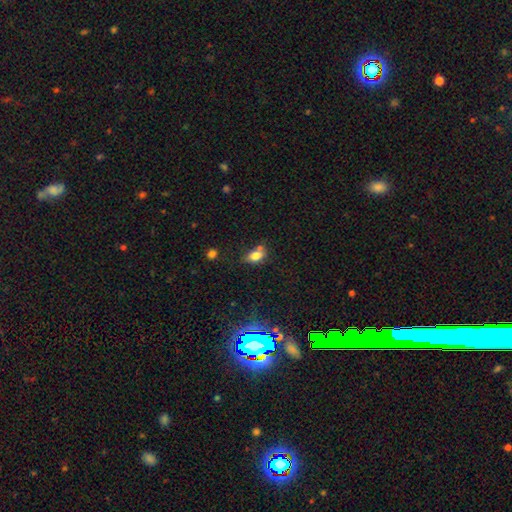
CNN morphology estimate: Smooth or featured?
  - smooth: 76% *
  - featured or disk: 12%
  - star or artifact: 12%
How rounded?
  - in between: 81% *
  - round: 15%
  - cigar-shaped: 4%
Merging?
  - none: 48% *
  - merger: 24%
  - minor disturbance: 21%
  - major disturbance: 7%